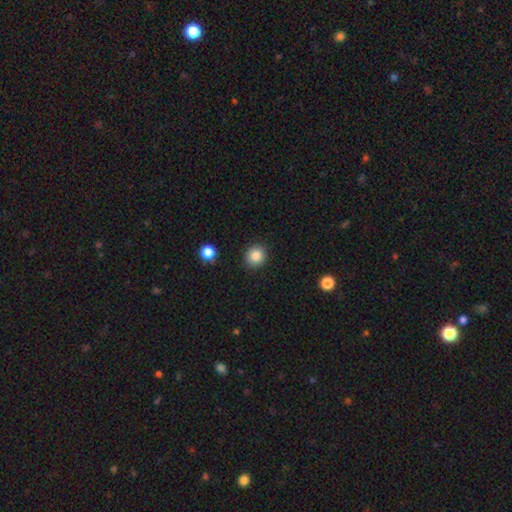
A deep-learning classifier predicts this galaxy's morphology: Smooth or featured: smooth — 85% (star or artifact — 10%)
How rounded: round — 90% (in between — 9%)
Merging: none — 90% (minor disturbance — 6%)